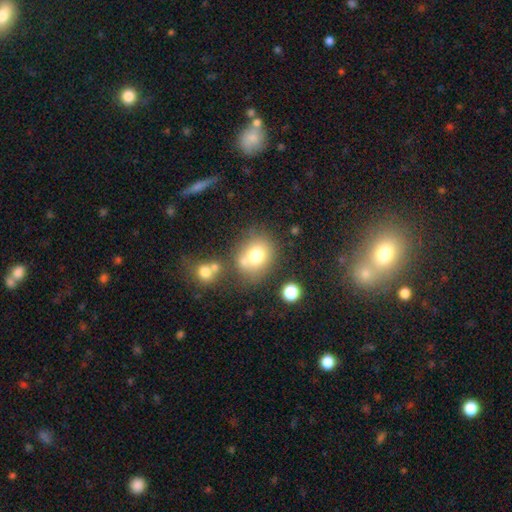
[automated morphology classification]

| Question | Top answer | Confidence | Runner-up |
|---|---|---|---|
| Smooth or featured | smooth | 73% | featured or disk (15%) |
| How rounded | round | 63% | in between (36%) |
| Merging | none | 56% | merger (21%) |